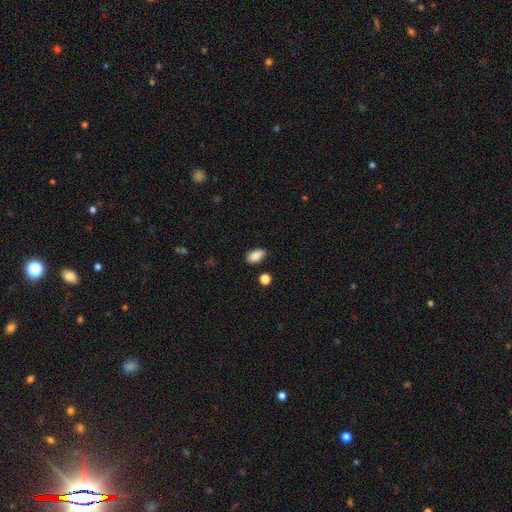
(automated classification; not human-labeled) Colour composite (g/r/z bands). It shows a smooth galaxy with no disk features (87%) that is in between round and cigar-shaped (91%). Merging: none (76%).